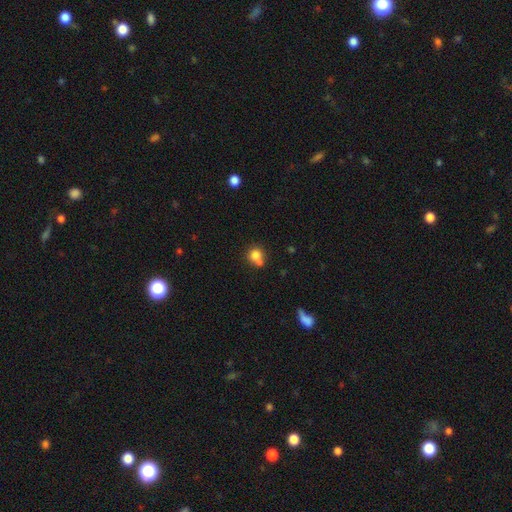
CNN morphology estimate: The model was most divided on "merging": none: 48%, merger: 34%, minor disturbance: 13%, major disturbance: 5%. More confident: how rounded — round (82%); smooth or featured — smooth (79%).